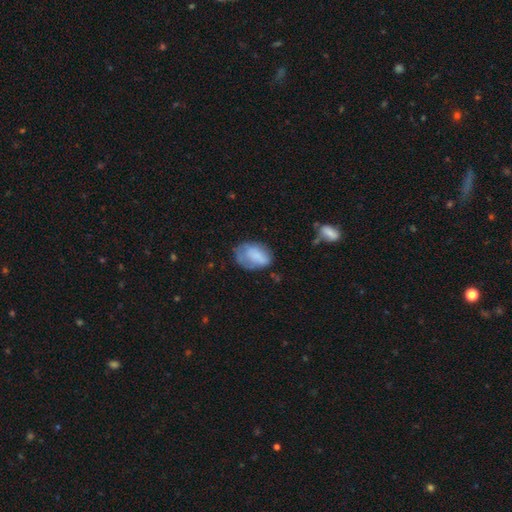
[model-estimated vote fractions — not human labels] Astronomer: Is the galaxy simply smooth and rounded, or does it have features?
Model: smooth — 71%.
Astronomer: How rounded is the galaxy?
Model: in between — 84%.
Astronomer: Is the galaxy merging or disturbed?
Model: none — 46% (runner-up: minor disturbance, 33%).